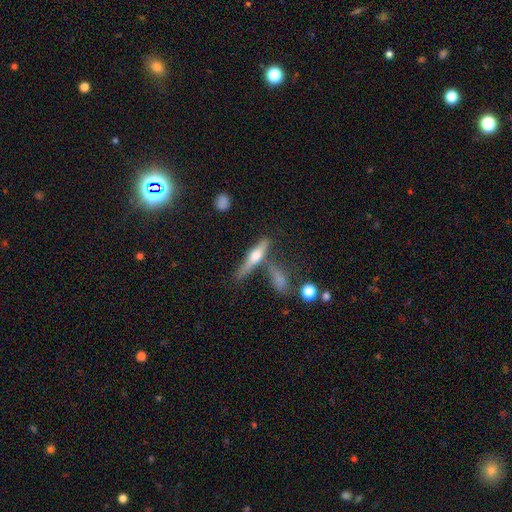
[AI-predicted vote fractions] Smooth or featured? featured or disk (52%)
Edge-on disk? yes (92%)
Merging? none (59%)